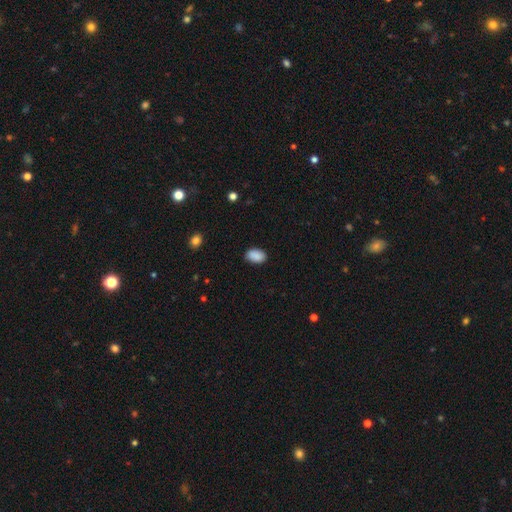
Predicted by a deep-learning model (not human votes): Overall: smooth (89%). How rounded: in between (89%). Merging: none (84%).